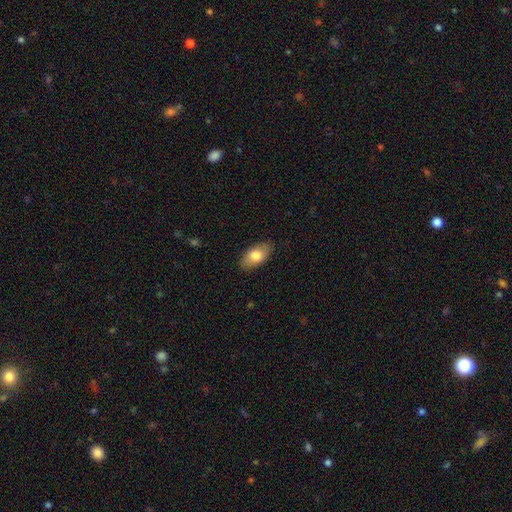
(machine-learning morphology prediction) A smooth galaxy with no disk features (78%) that is in between round and cigar-shaped (93%). Merging: none (86%).